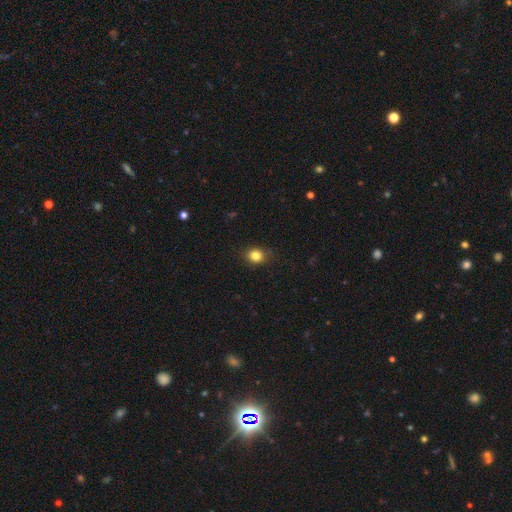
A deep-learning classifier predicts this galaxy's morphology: smooth 83%, star or artifact 12%, featured or disk 5%. Down the decision tree: how rounded — round (72%); merging — none (82%).